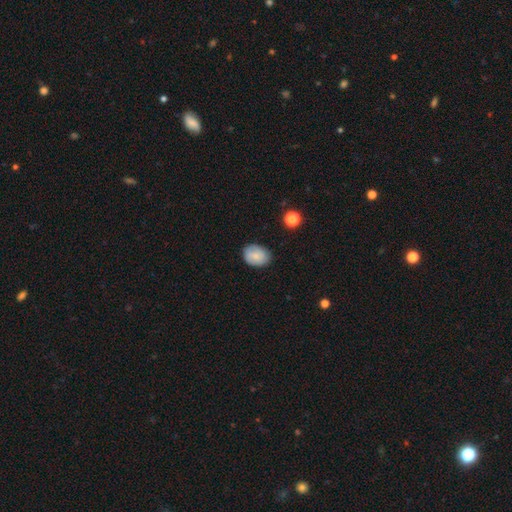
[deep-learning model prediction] The model was most divided on "how rounded": in between: 65%, round: 34%, cigar-shaped: 1%. More confident: merging — none (82%); smooth or featured — smooth (80%).